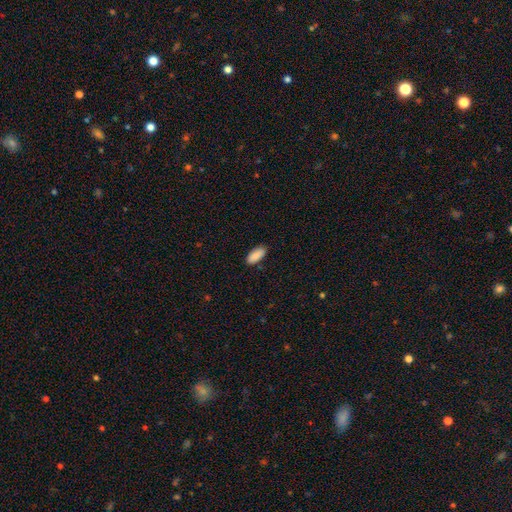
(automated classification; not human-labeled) Morphology: type=smooth (90%); roundness=in between (86%); merging=none (87%).